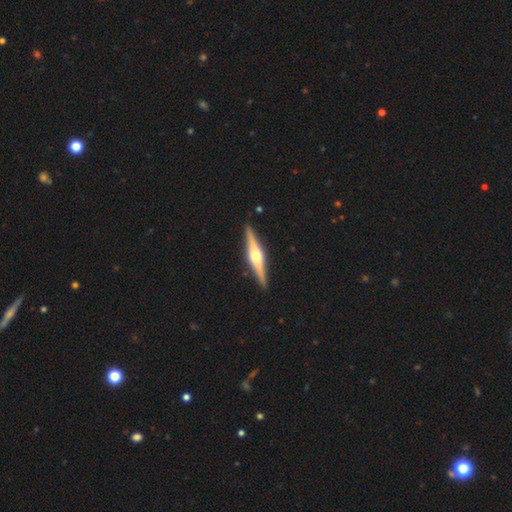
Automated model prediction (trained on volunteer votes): Smooth or featured: featured or disk — 78% (smooth — 18%)
Edge-on disk: yes — 98% (no — 2%)
Edge-on bulge: rounded — 92% (boxy — 6%)
Merging: none — 91% (minor disturbance — 6%)